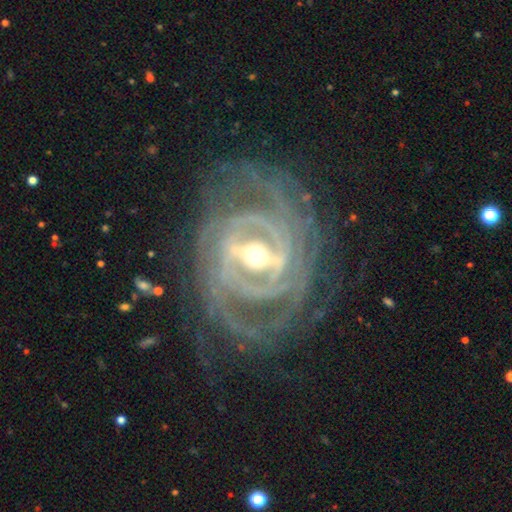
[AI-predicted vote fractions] Smooth or featured?
  - featured or disk: 93% *
  - star or artifact: 4%
  - smooth: 3%
Edge-on disk?
  - no: 95% *
  - yes: 5%
Bar?
  - strong: 73% *
  - weak: 21%
  - no: 7%
Spiral arms?
  - yes: 95% *
  - no: 5%
Spiral winding?
  - tight: 76% *
  - medium: 20%
  - loose: 5%
Spiral arm count?
  - can't tell: 25% *
  - 4: 20%
  - 3: 18%
  - 2: 17%
  - more than 4: 13%
  - 1: 7%
Bulge size?
  - moderate: 64% *
  - small: 30%
  - large: 5%
  - dominant: 1%
  - none: 1%
Merging?
  - none: 77% *
  - minor disturbance: 14%
  - major disturbance: 8%
  - merger: 1%